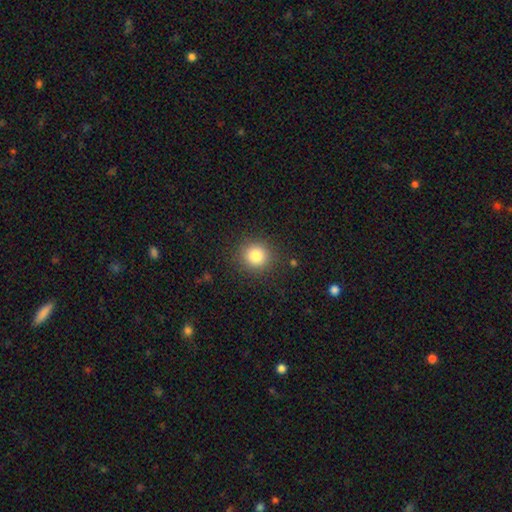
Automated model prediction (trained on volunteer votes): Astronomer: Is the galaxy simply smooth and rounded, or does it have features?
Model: smooth — 83%.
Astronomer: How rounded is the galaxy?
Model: round — 91%.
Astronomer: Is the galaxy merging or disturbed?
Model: none — 89%.